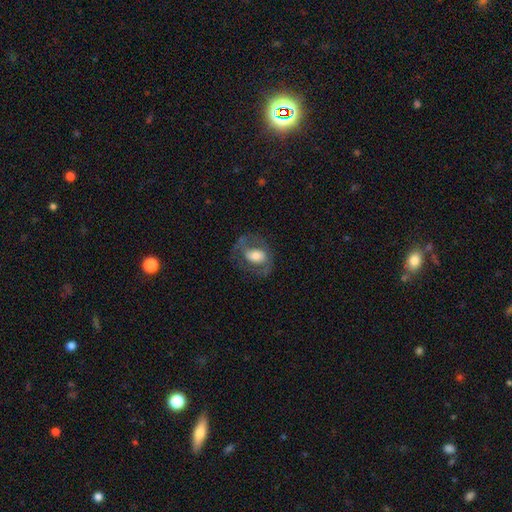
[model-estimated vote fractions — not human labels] Smooth or featured? featured or disk (48%)
Merging? none (60%)